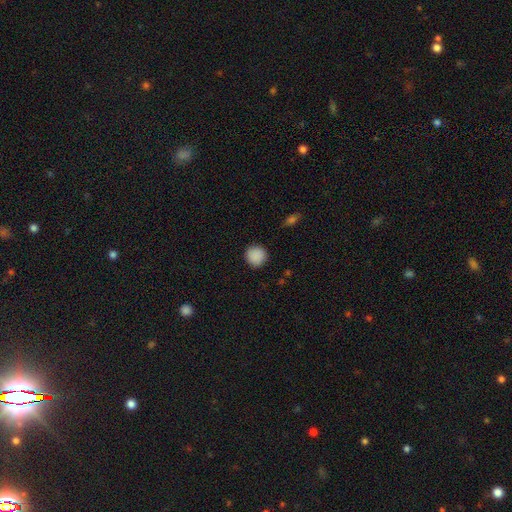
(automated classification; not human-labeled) Q: Smooth or featured?
A: smooth (89%); runner-up: star or artifact (8%)
Q: How rounded?
A: round (92%); runner-up: in between (7%)
Q: Merging?
A: none (89%); runner-up: minor disturbance (8%)